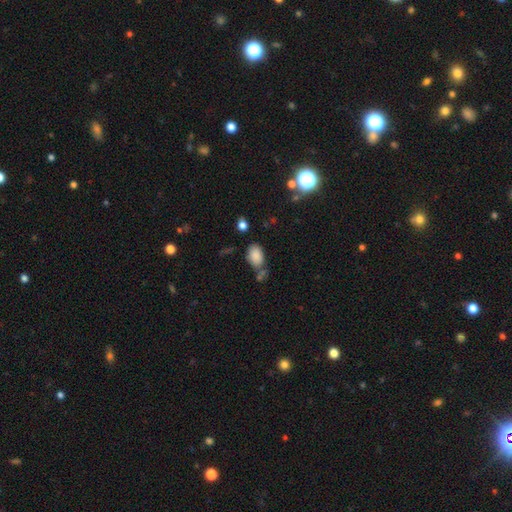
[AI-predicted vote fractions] smooth 85%, star or artifact 9%, featured or disk 5%. Down the decision tree: how rounded — in between (88%); merging — none (58%).